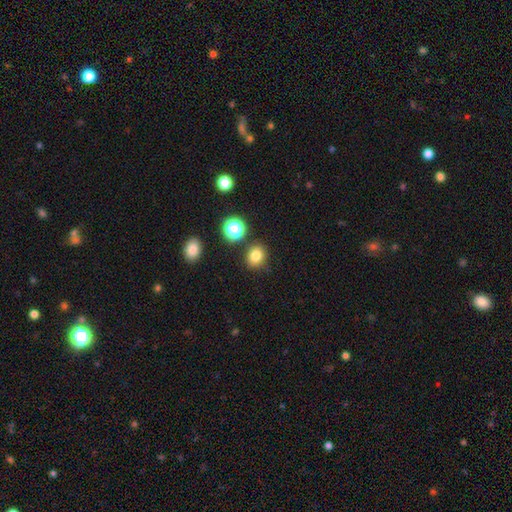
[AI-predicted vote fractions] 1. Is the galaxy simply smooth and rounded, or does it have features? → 80% smooth, 14% star or artifact, 6% featured or disk.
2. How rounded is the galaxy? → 65% round, 34% in between, 1% cigar-shaped.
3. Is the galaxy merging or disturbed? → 83% none, 10% minor disturbance, 5% merger, 3% major disturbance.